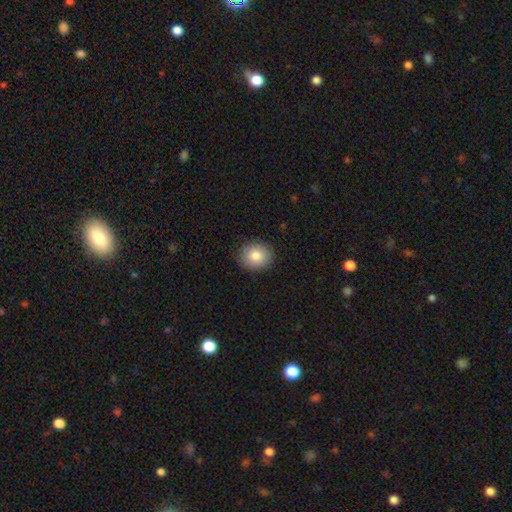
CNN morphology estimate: smooth 84%, featured or disk 8%, star or artifact 8%. Down the decision tree: how rounded — round (75%); merging — none (90%).